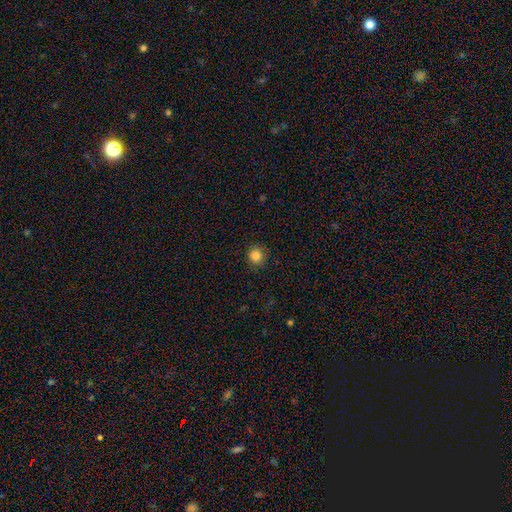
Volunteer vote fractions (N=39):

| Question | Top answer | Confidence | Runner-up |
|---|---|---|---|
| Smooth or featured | smooth | 95% | featured or disk (3%) |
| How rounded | round | 100% | — |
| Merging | none | 95% | minor disturbance (3%) |